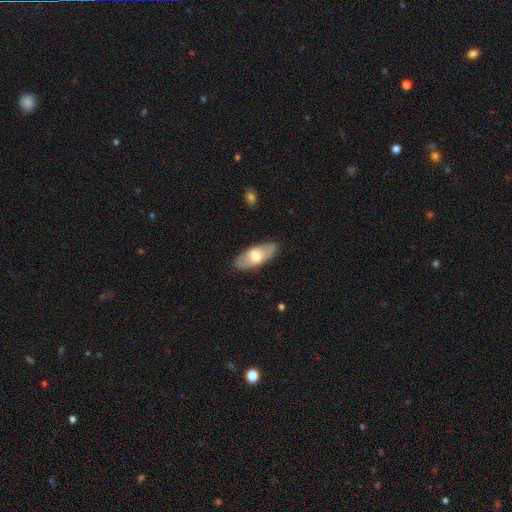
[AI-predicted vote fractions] Morphology: type=smooth (60%); roundness=in between (84%); merging=none (86%).